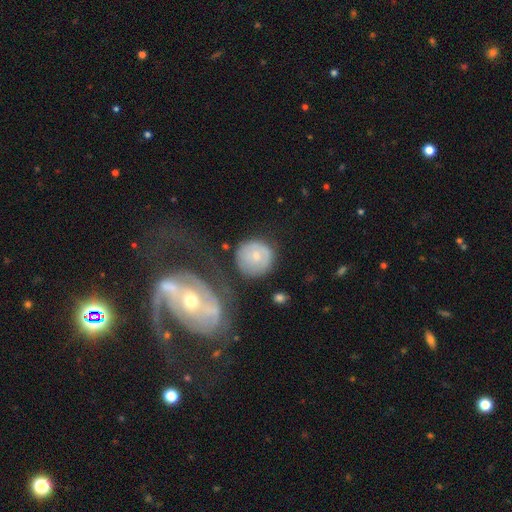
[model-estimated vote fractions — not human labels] Smooth or featured? smooth (61%)
How rounded? round (90%)
Merging? none (67%)